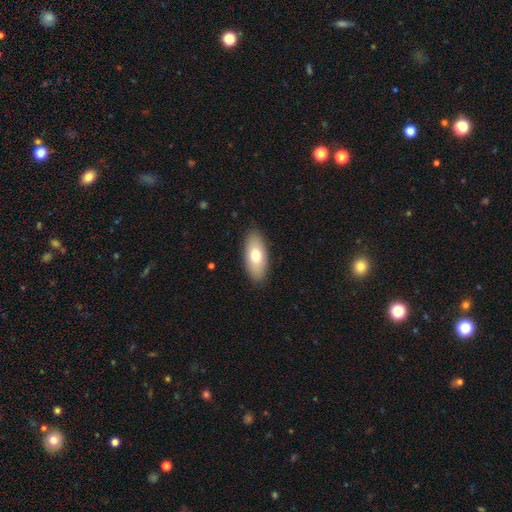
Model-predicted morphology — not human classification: Smooth or featured? Predicted: smooth (p=0.71). How rounded? Predicted: in between (p=0.86). Merging? Predicted: none (p=0.88).